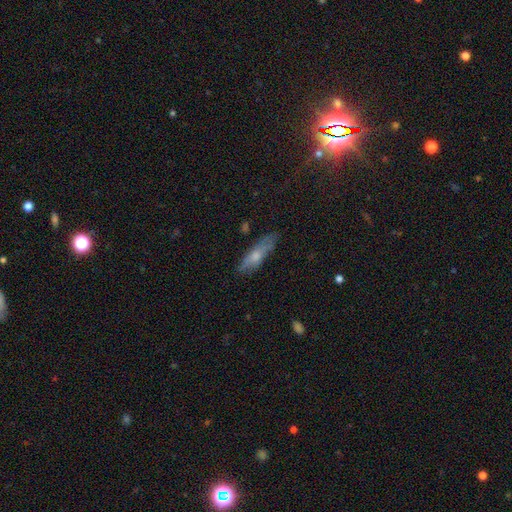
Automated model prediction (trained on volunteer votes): The model was most divided on "smooth or featured": smooth: 57%, featured or disk: 36%, star or artifact: 7%. More confident: merging — none (73%); how rounded — cigar-shaped (61%).